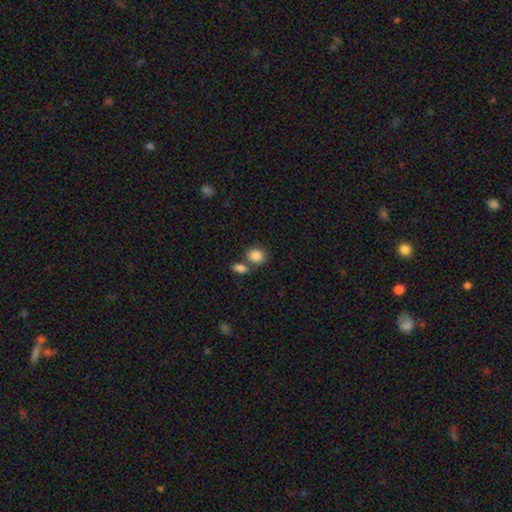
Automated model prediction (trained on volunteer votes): Overall: smooth (87%). How rounded: round (55%; in between 43%). Merging: none (55%; merger 31%).